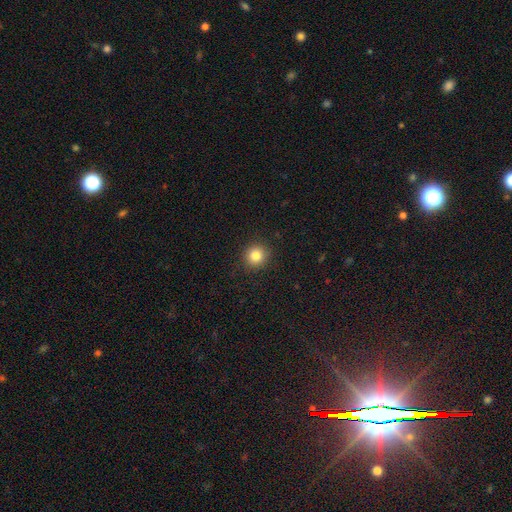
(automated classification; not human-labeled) Morphology: type=smooth (83%); roundness=round (92%); merging=none (91%).